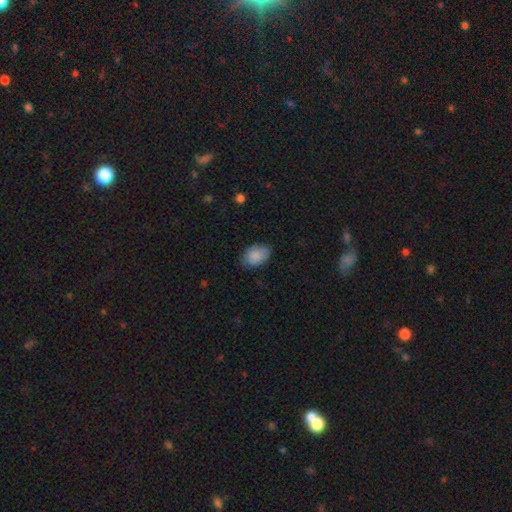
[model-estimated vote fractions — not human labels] This is clearly a smooth galaxy (88%). How rounded: clearly in between (84%). Merging: likely none (79%).